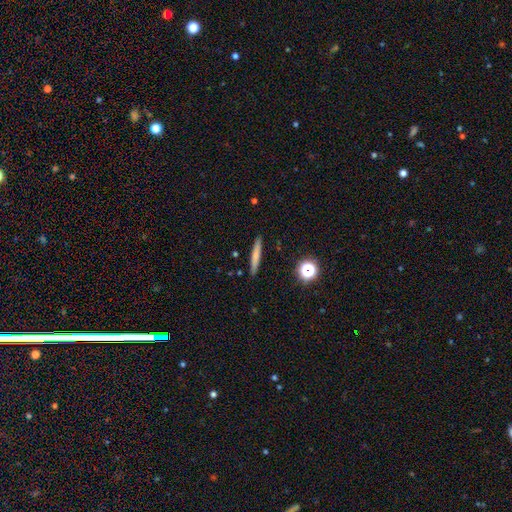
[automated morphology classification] A smooth galaxy with no disk features (69%) that is cigar-shaped (94%). Merging: none (90%).